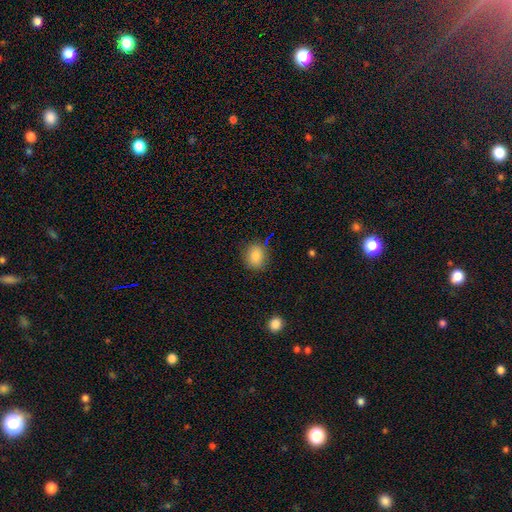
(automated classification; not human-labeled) This is clearly a smooth galaxy (84%). How rounded: likely round (67%). Merging: clearly none (82%).